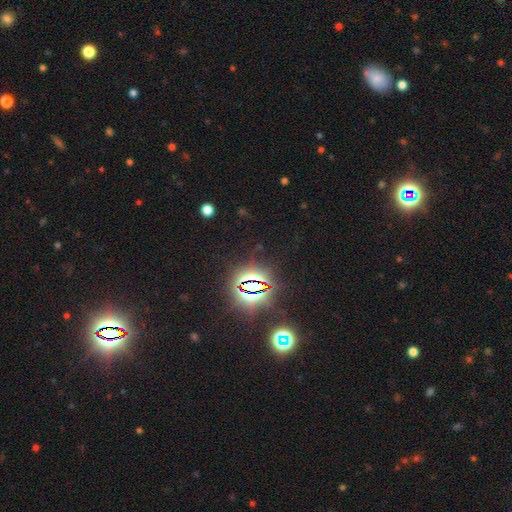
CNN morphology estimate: A star or artifact, not a galaxy (83%).

Vote fractions:
- Smooth or featured? star or artifact: 83% / smooth: 11% / featured or disk: 7%